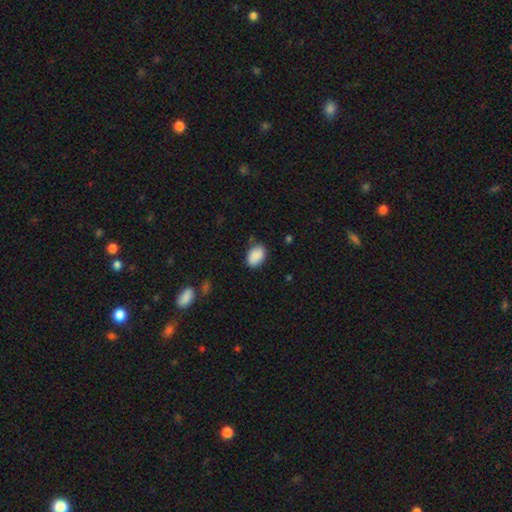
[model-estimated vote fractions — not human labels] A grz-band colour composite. It shows a smooth galaxy with no disk features (89%) that is in between round and cigar-shaped (85%). Merging: none (79%).